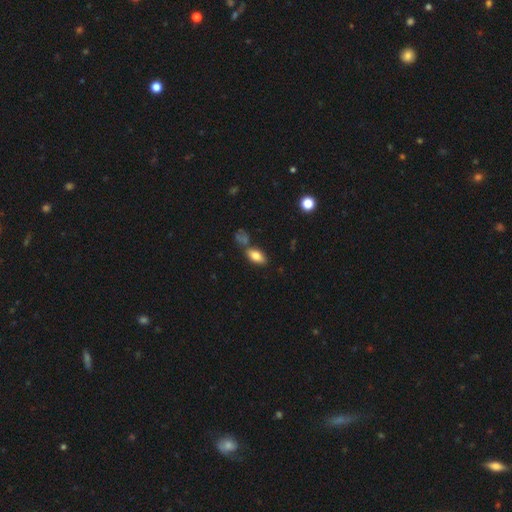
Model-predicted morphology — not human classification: Smooth or featured? smooth (81%)
How rounded? in between (89%)
Merging? none (68%)